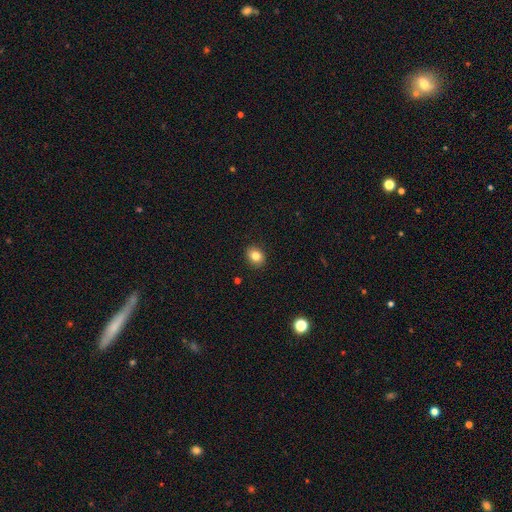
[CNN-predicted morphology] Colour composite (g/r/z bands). It shows a smooth galaxy with no disk features (82%) that is round (62%). Merging: none (90%).